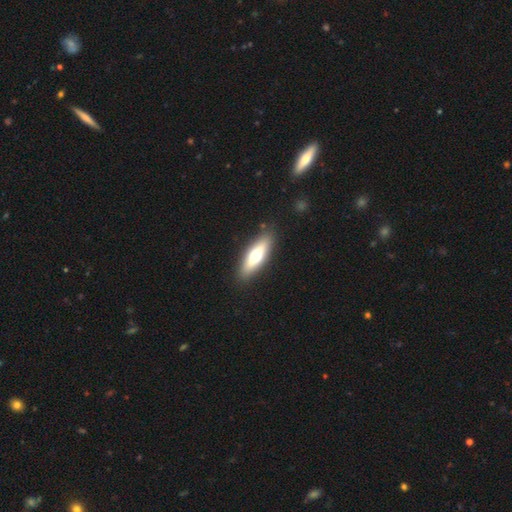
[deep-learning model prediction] This appears to be a smooth galaxy with no disk features (52%) that is cigar-shaped (55%). Merging: none (88%).